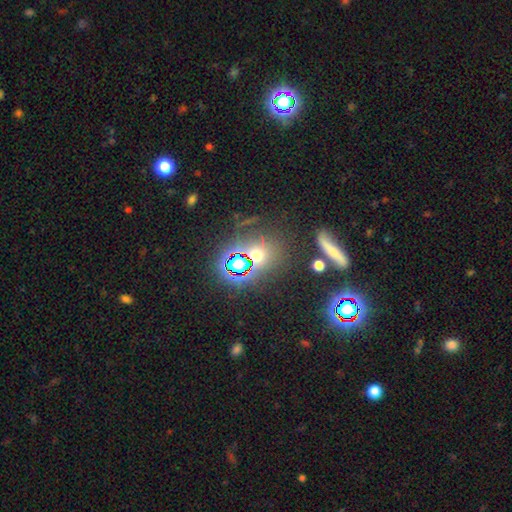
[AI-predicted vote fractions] A star or artifact, not a galaxy (47%).

Vote fractions:
- Smooth or featured? star or artifact: 47% / smooth: 42% / featured or disk: 11%